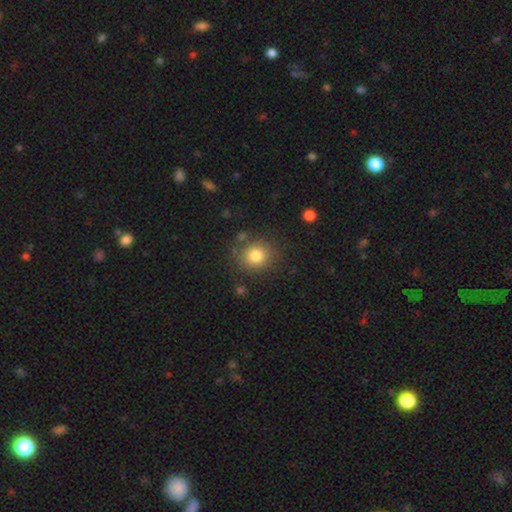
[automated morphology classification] Smooth or featured?
  - smooth: 81% *
  - star or artifact: 11%
  - featured or disk: 8%
How rounded?
  - round: 82% *
  - in between: 17%
  - cigar-shaped: 1%
Merging?
  - none: 82% *
  - minor disturbance: 10%
  - major disturbance: 4%
  - merger: 3%